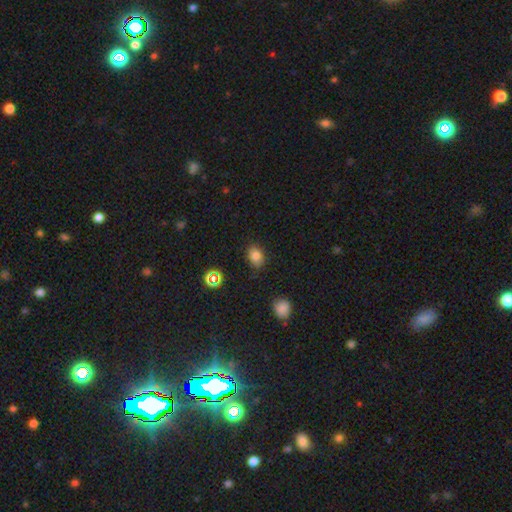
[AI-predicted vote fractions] A smooth galaxy with no disk features (78%) that is in between round and cigar-shaped (71%). Merging: none (81%).